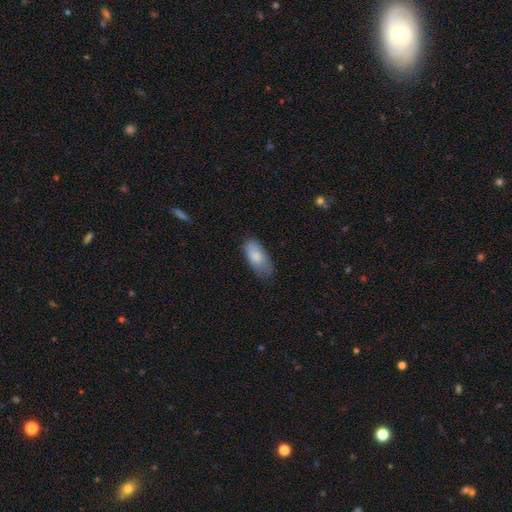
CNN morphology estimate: Smooth or featured? Predicted: smooth (p=0.80). How rounded? Predicted: in between (p=0.89). Merging? Predicted: none (p=0.66).